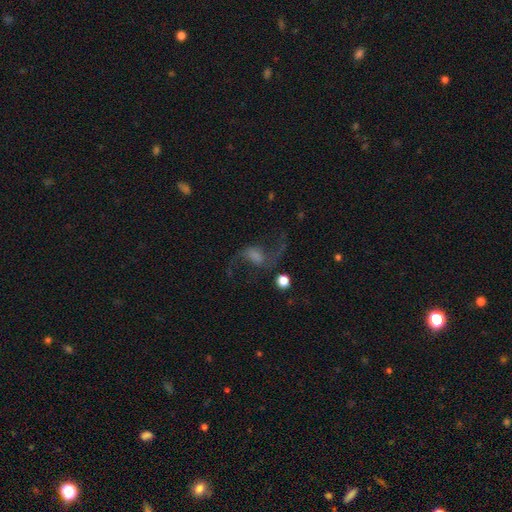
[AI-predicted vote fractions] smooth-or-featured: featured or disk: 76% | star or artifact: 12% | smooth: 11%
  disk-edge-on: no: 96% | yes: 4%
    bar: weak: 46% | no: 37% | strong: 17%
    has-spiral-arms: yes: 94% | no: 6%
      spiral-winding: loose: 85% | medium: 13% | tight: 2%
      spiral-arm-count: 2: 92% | 1: 3% | can't tell: 2% | 3: 1% | 4: 1% | more than 4: 1%
    bulge-size: none: 30% | small: 27% | moderate: 27% | large: 13% | dominant: 4%
  merging: none: 67% | major disturbance: 16% | minor disturbance: 14% | merger: 4%